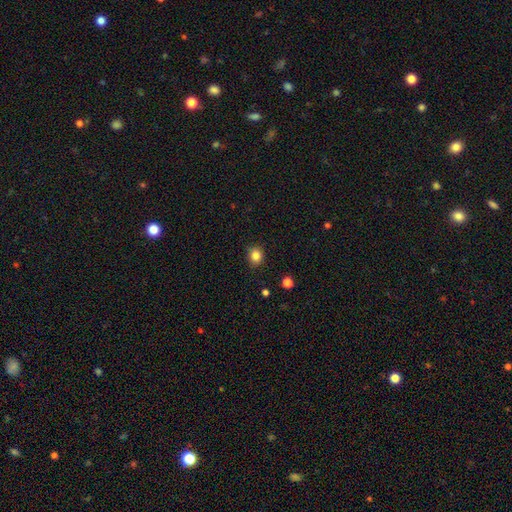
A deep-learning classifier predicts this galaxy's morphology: smooth-or-featured: smooth: 84% | star or artifact: 11% | featured or disk: 5%
  how-rounded: round: 74% | in between: 25% | cigar-shaped: 1%
  merging: none: 86% | minor disturbance: 10% | major disturbance: 2% | merger: 1%